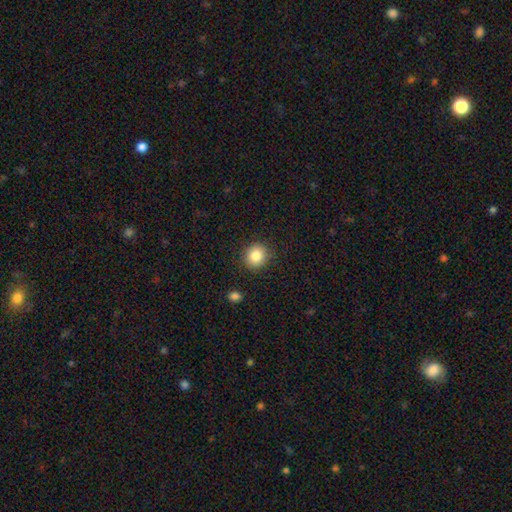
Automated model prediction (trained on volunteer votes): Morphology: type=smooth (83%); roundness=round (84%); merging=none (88%).